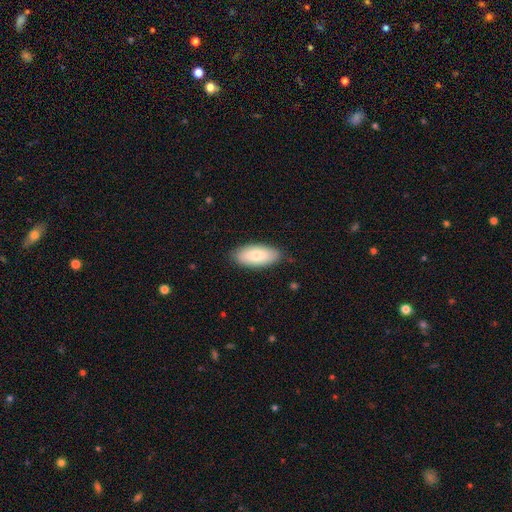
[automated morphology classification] Overall: smooth (77%). How rounded: in between (90%). Merging: none (84%).